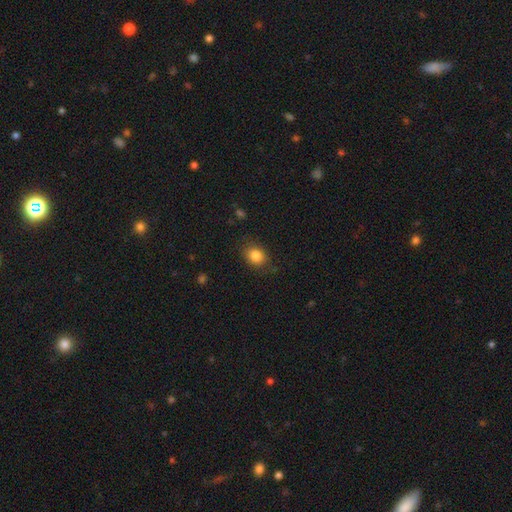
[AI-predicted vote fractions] Overall: smooth (84%). How rounded: round (52%; in between 47%). Merging: none (81%).